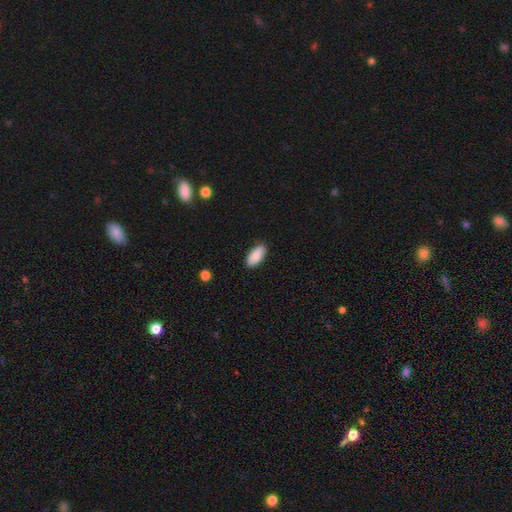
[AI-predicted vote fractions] This appears to be a smooth galaxy with no disk features (87%) that is in between round and cigar-shaped (93%). Merging: none (86%).